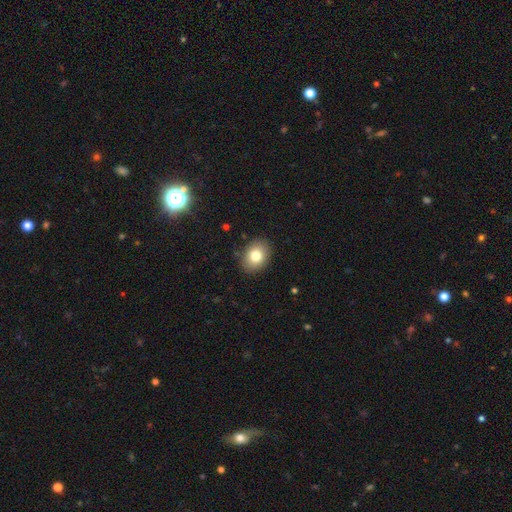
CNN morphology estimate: smooth_or_featured: smooth (p=0.80) [alt: featured or disk p=0.11]
how_rounded: in between (p=0.68) [alt: round p=0.31]
merging: none (p=0.87) [alt: minor disturbance p=0.09]